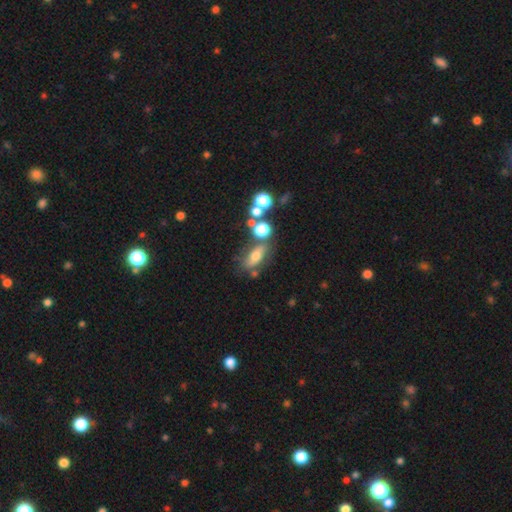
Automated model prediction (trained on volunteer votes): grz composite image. It shows a smooth galaxy with no disk features (58%) that is in between round and cigar-shaped (62%). Merging: none (55%).